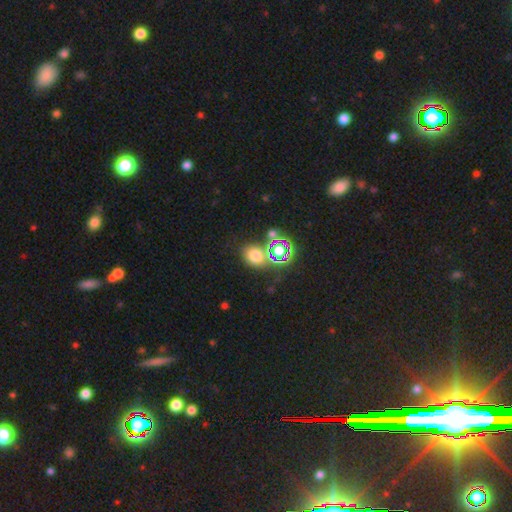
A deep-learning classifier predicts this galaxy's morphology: smooth 63%, star or artifact 29%, featured or disk 8%. Down the decision tree: how rounded — round (58%); merging — none (68%).